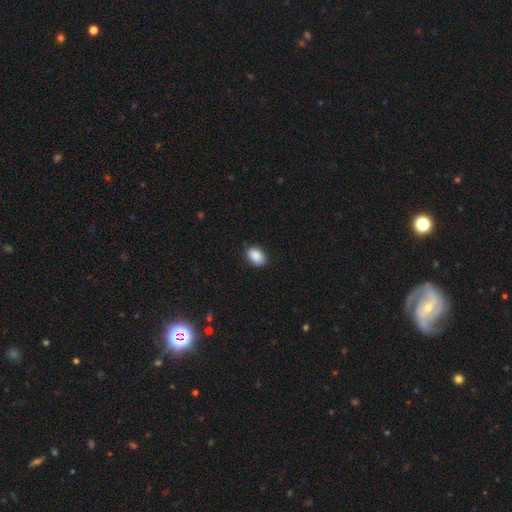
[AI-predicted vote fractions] A smooth galaxy with no disk features (89%) that is in between round and cigar-shaped (85%).

Vote fractions:
- Smooth or featured? smooth: 89% / star or artifact: 7% / featured or disk: 3%
- How rounded? in between: 85% / round: 14% / cigar-shaped: 1%
- Merging? none: 85% / minor disturbance: 12% / major disturbance: 2% / merger: 1%